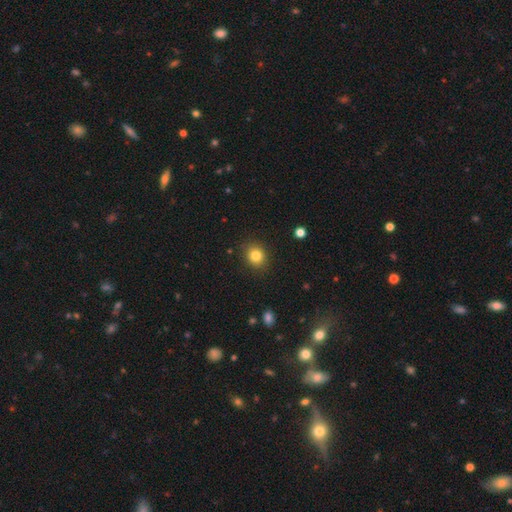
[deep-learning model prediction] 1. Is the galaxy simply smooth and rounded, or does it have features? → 82% smooth, 11% star or artifact, 7% featured or disk.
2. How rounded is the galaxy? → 70% round, 29% in between, 1% cigar-shaped.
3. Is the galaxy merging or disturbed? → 88% none, 8% minor disturbance, 2% major disturbance, 1% merger.